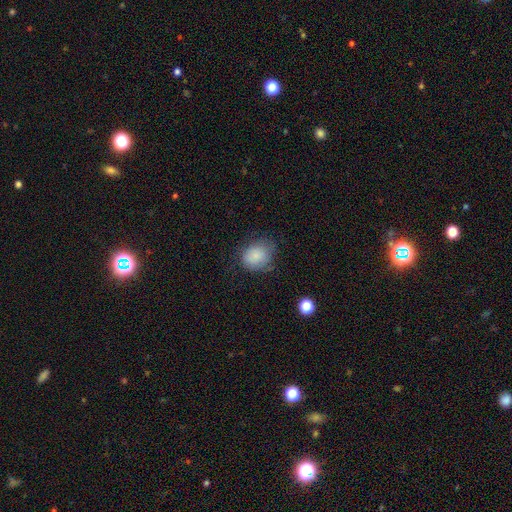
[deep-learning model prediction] Smooth or featured? smooth (81%)
How rounded? round (53%)
Merging? none (59%)